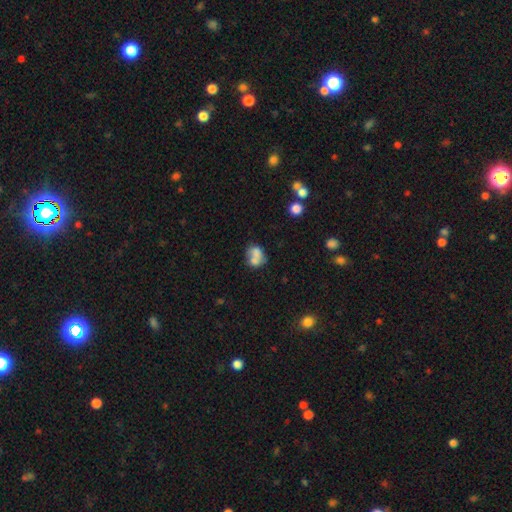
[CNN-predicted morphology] smooth 65%, featured or disk 25%, star or artifact 10%. Down the decision tree: how rounded — in between (50%); merging — merger (51%).